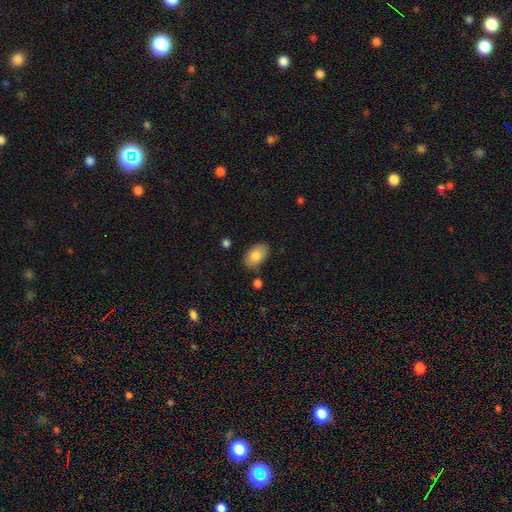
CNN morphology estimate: A smooth galaxy with no disk features (81%) that is in between round and cigar-shaped (92%).

Vote fractions:
- Smooth or featured? smooth: 81% / featured or disk: 12% / star or artifact: 7%
- How rounded? in between: 92% / round: 6% / cigar-shaped: 1%
- Merging? none: 81% / minor disturbance: 13% / merger: 3% / major disturbance: 3%